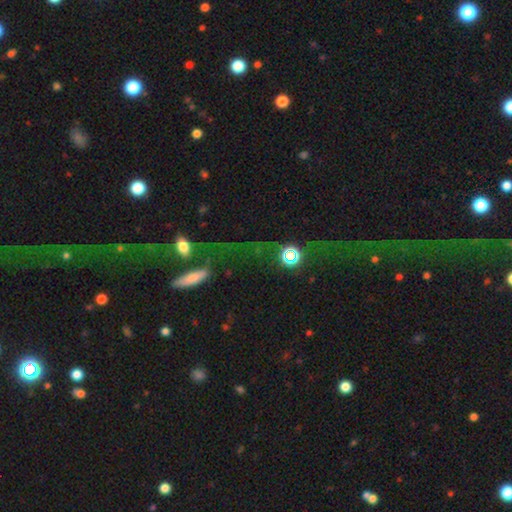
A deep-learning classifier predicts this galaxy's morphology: Smooth or featured? star or artifact (42%)